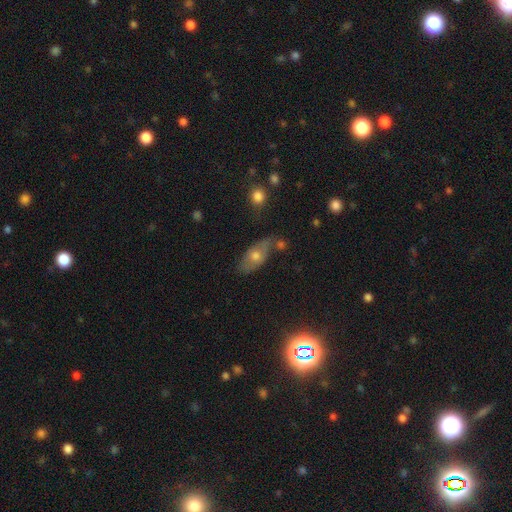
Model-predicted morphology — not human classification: A smooth galaxy with no disk features (54%) that is in between round and cigar-shaped (84%).

Vote fractions:
- Smooth or featured? smooth: 54% / featured or disk: 35% / star or artifact: 11%
- How rounded? in between: 84% / cigar-shaped: 9% / round: 7%
- Merging? none: 62% / minor disturbance: 23% / merger: 9% / major disturbance: 7%